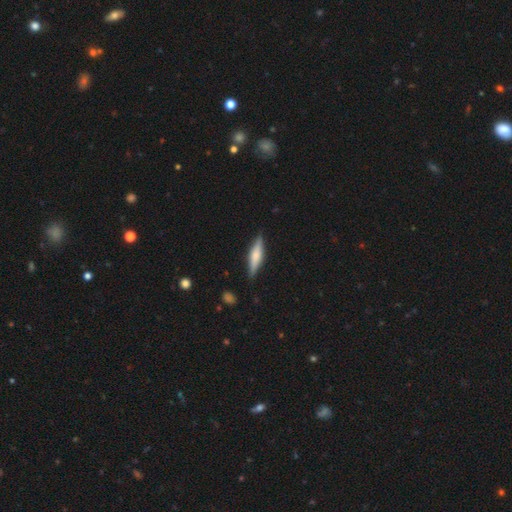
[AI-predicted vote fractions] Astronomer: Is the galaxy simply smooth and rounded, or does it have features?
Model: featured or disk — 48% (runner-up: smooth, 46%).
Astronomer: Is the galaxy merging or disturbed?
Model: none — 87%.